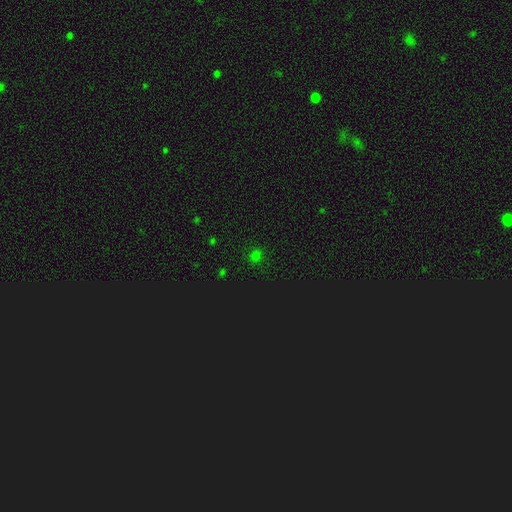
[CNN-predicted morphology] type=smooth (66%); roundness=round (83%); merging=none (88%).